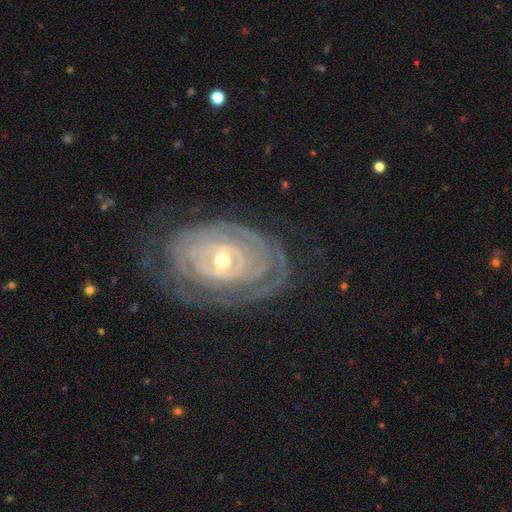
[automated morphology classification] The model was most divided on "bulge size": small: 54%, moderate: 41%, large: 2%, dominant: 1%, none: 1%. Remaining: edge-on disk — no (95%); spiral arms — yes (90%); spiral winding — tight (84%); smooth or featured — featured or disk (84%); merging — none (75%); bar — no (56%); spiral arm count — can't tell (44%).